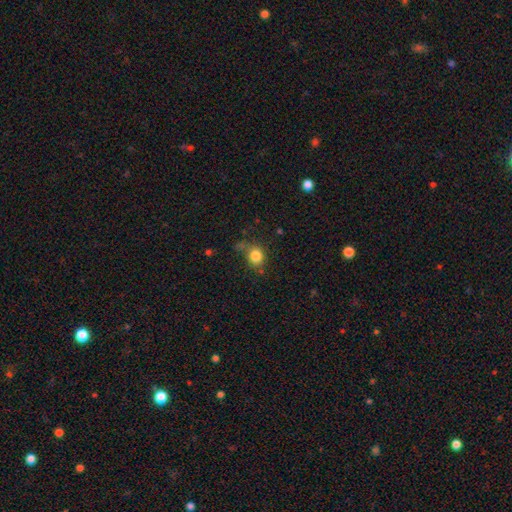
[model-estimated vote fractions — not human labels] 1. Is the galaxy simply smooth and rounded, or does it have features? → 83% smooth, 10% star or artifact, 7% featured or disk.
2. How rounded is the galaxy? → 61% round, 38% in between, 1% cigar-shaped.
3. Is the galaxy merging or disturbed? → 60% none, 23% minor disturbance, 10% major disturbance, 7% merger.